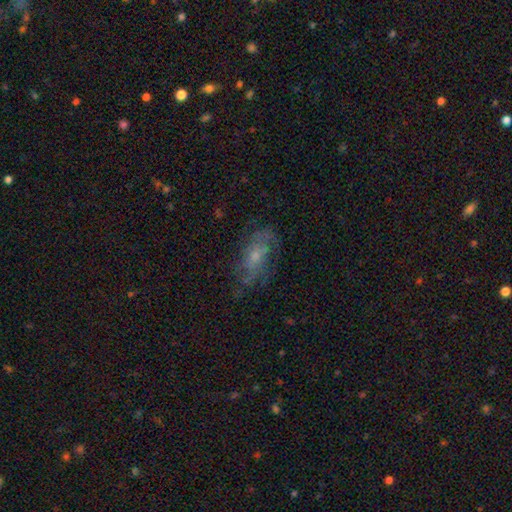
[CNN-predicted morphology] smooth-or-featured: featured or disk: 60% | smooth: 29% | star or artifact: 11%
  disk-edge-on: no: 91% | yes: 9%
    bar: no: 71% | weak: 24% | strong: 4%
    has-spiral-arms: yes: 72% | no: 28%
    bulge-size: small: 53% | moderate: 36% | none: 7% | large: 3% | dominant: 1%
  merging: none: 62% | minor disturbance: 22% | major disturbance: 15% | merger: 2%